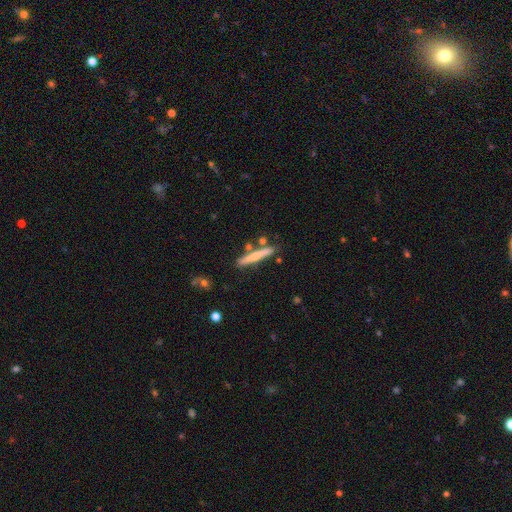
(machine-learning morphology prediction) smooth 54%, featured or disk 40%, star or artifact 6%. Down the decision tree: how rounded — cigar-shaped (94%); merging — none (79%).